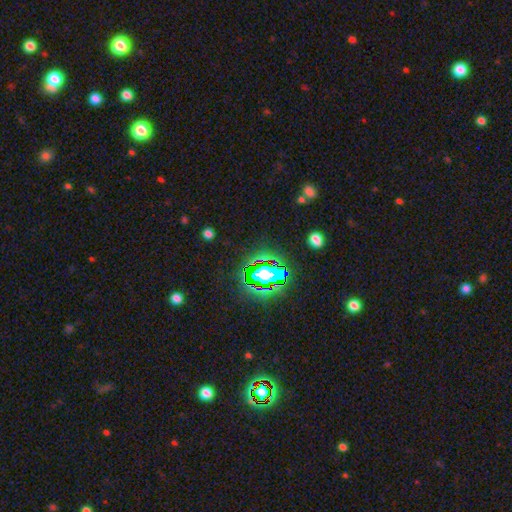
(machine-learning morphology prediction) A star or artifact, not a galaxy (81%).

Vote fractions:
- Smooth or featured? star or artifact: 81% / smooth: 12% / featured or disk: 7%